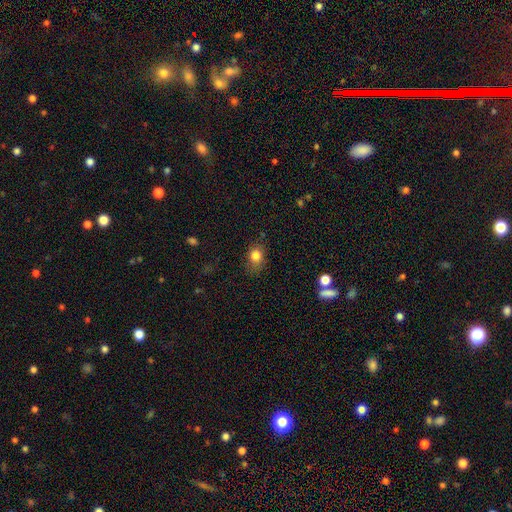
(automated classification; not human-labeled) A smooth galaxy with no disk features (81%) that is in between round and cigar-shaped (57%). Merging: none (70%).